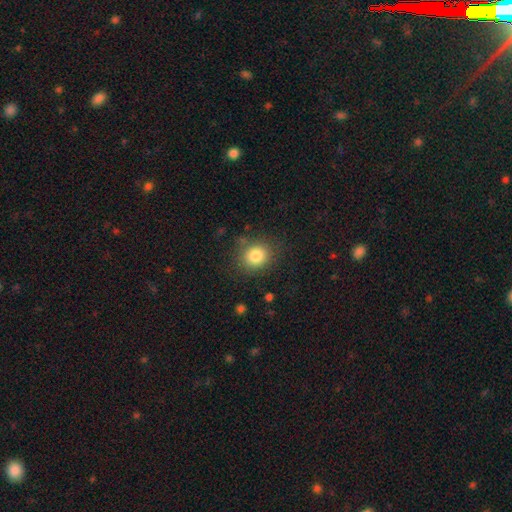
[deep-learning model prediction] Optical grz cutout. It shows a smooth galaxy with no disk features (83%) that is round (73%). Merging: none (82%).